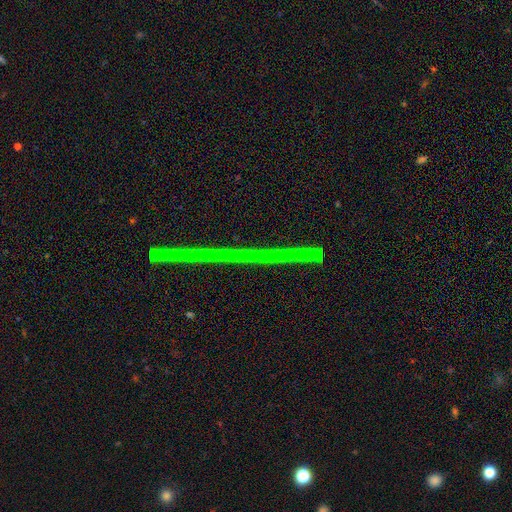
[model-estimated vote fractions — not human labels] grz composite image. It shows a star or artifact, not a galaxy (76%).